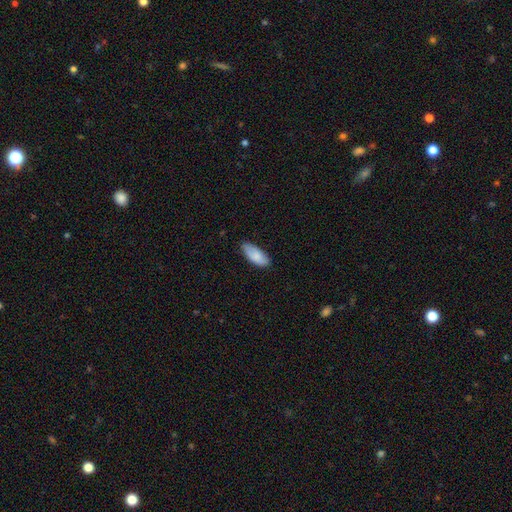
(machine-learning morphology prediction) This is clearly a smooth galaxy (84%). How rounded: clearly in between (85%). Merging: likely none (78%).